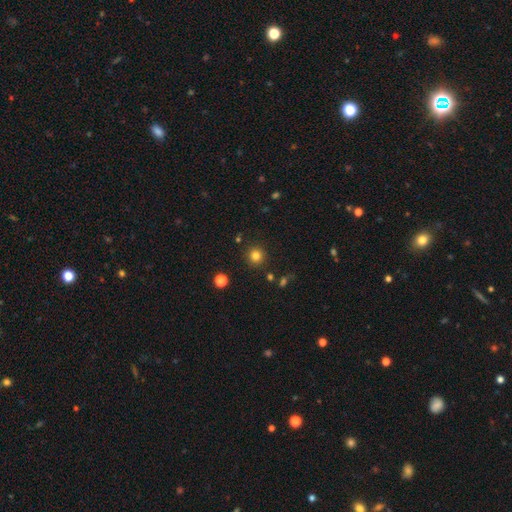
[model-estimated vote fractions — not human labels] smooth-or-featured: smooth: 81% | star or artifact: 13% | featured or disk: 5%
  how-rounded: round: 93% | in between: 6% | cigar-shaped: 1%
  merging: none: 89% | minor disturbance: 6% | major disturbance: 2% | merger: 2%